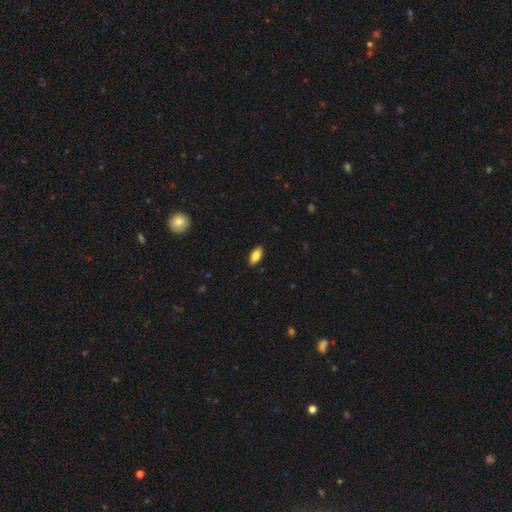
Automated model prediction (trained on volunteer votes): A smooth galaxy with no disk features (84%) that is in between round and cigar-shaped (89%). Merging: none (89%).